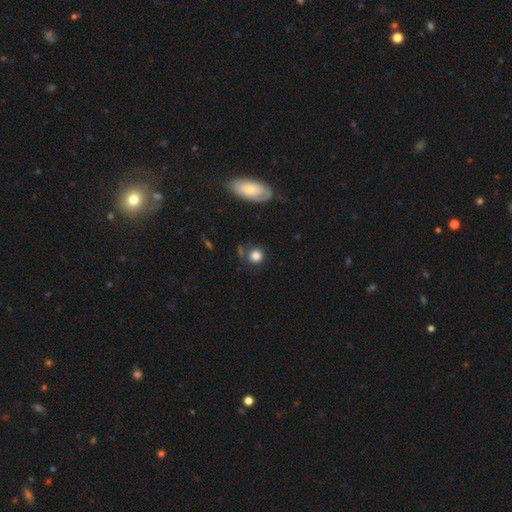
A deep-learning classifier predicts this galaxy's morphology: Smooth or featured: smooth — 82% (star or artifact — 11%)
How rounded: round — 88% (in between — 11%)
Merging: none — 70% (minor disturbance — 16%)